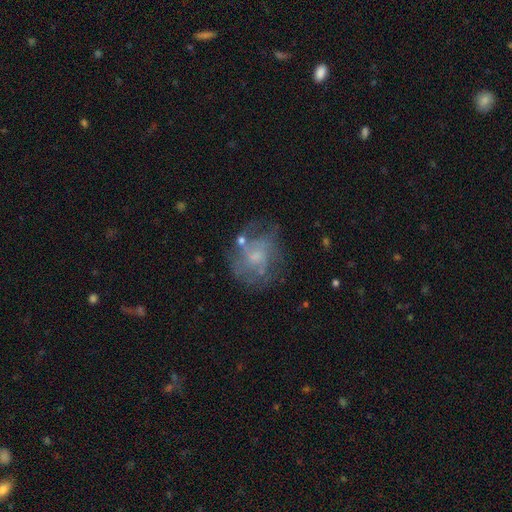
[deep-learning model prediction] Smooth or featured? featured or disk (60%)
Edge-on disk? no (98%)
Bar? no (72%)
Spiral arms? yes (54%)
Bulge size? small (47%)
Merging? none (52%)